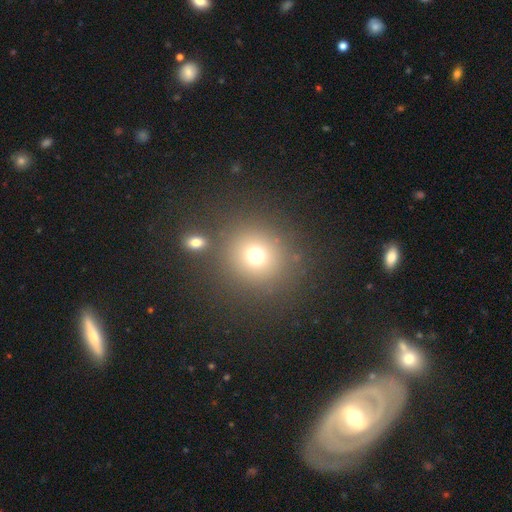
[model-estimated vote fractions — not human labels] Smooth or featured?
  - smooth: 72% *
  - star or artifact: 18%
  - featured or disk: 10%
How rounded?
  - round: 90% *
  - in between: 9%
  - cigar-shaped: 1%
Merging?
  - none: 77% *
  - merger: 10%
  - minor disturbance: 7%
  - major disturbance: 5%